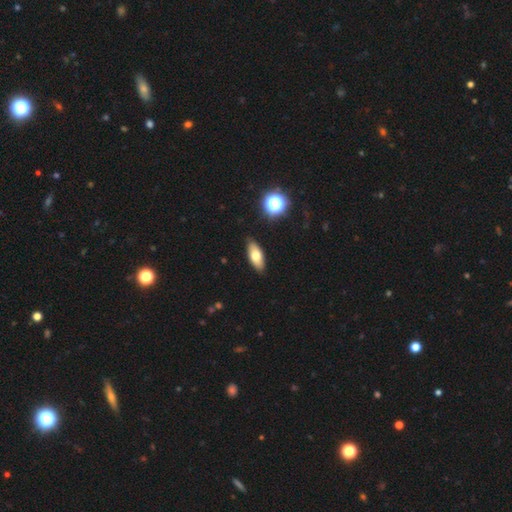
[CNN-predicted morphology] smooth 72%, featured or disk 20%, star or artifact 8%. Down the decision tree: how rounded — in between (80%); merging — none (87%).